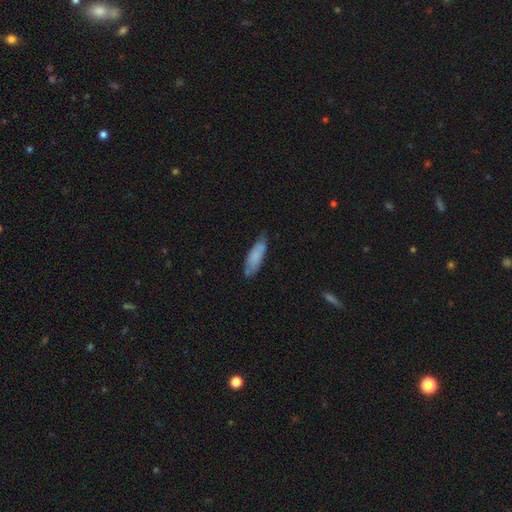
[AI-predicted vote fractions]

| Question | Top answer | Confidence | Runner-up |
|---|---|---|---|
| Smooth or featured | smooth | 75% | featured or disk (18%) |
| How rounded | in between | 51% | cigar-shaped (48%) |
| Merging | none | 66% | minor disturbance (26%) |